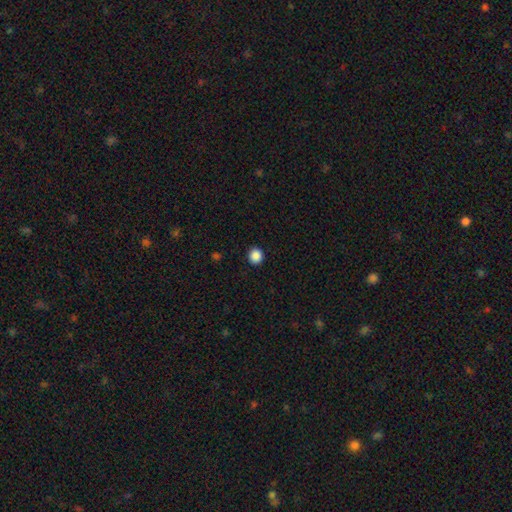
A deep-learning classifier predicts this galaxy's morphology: Smooth or featured?
  - smooth: 88% *
  - star or artifact: 10%
  - featured or disk: 2%
How rounded?
  - round: 91% *
  - in between: 8%
  - cigar-shaped: 1%
Merging?
  - none: 92% *
  - minor disturbance: 5%
  - major disturbance: 2%
  - merger: 1%